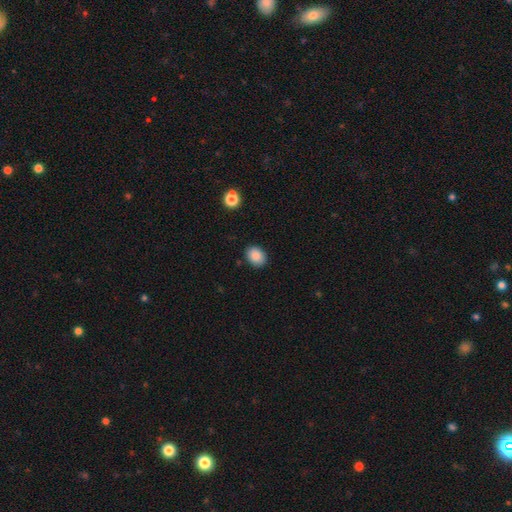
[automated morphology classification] smooth-or-featured: smooth: 87% | star or artifact: 9% | featured or disk: 4%
  how-rounded: in between: 57% | round: 42% | cigar-shaped: 1%
  merging: none: 88% | minor disturbance: 8% | major disturbance: 2% | merger: 1%